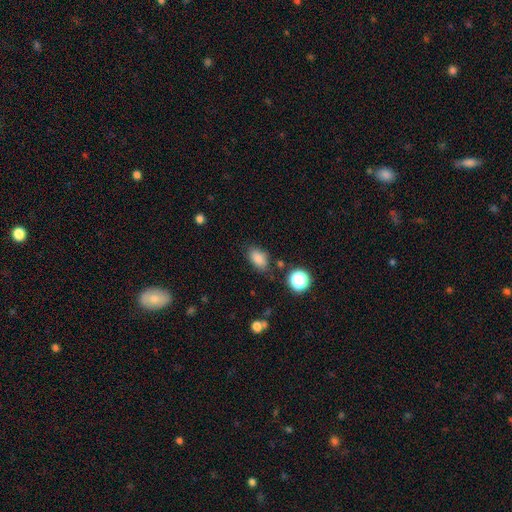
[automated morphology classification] smooth 81%, star or artifact 13%, featured or disk 5%. Down the decision tree: how rounded — in between (84%); merging — none (79%).